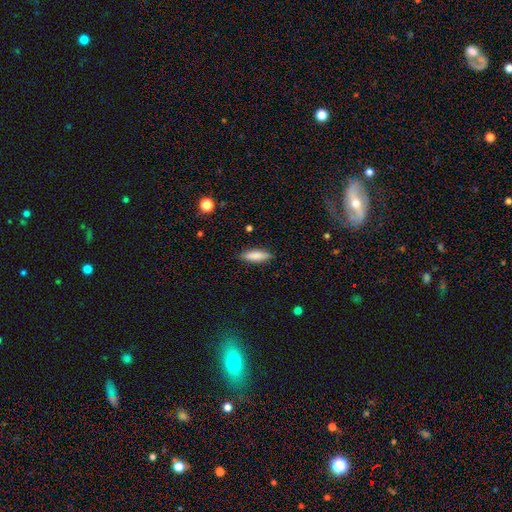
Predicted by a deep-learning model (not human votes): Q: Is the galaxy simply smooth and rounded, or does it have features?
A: smooth — 84%.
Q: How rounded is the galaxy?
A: in between — 51%.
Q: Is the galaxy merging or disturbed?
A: none — 87%.